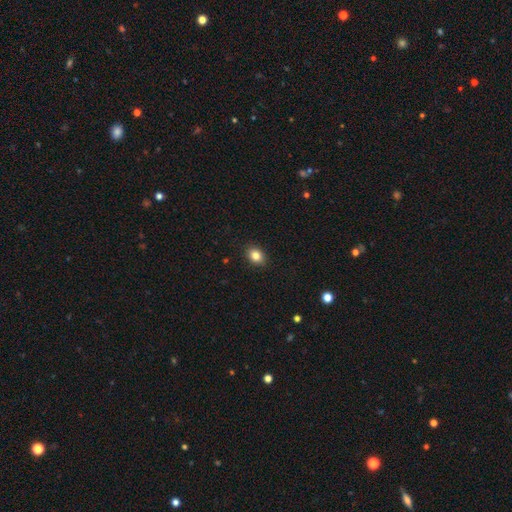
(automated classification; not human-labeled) Smooth or featured? smooth (84%)
How rounded? in between (60%)
Merging? none (90%)